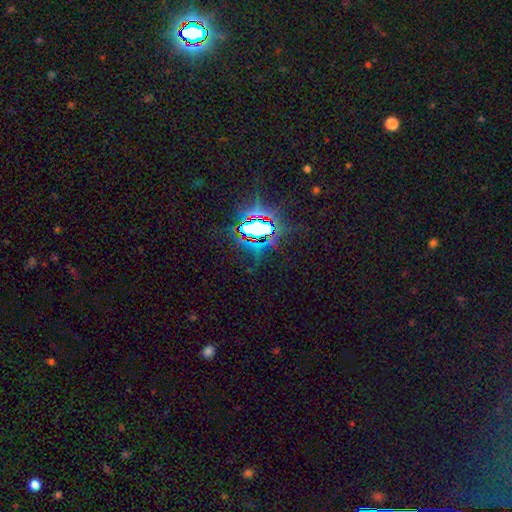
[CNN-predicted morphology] A star or artifact, not a galaxy (81%).

Vote fractions:
- Smooth or featured? star or artifact: 81% / smooth: 11% / featured or disk: 9%